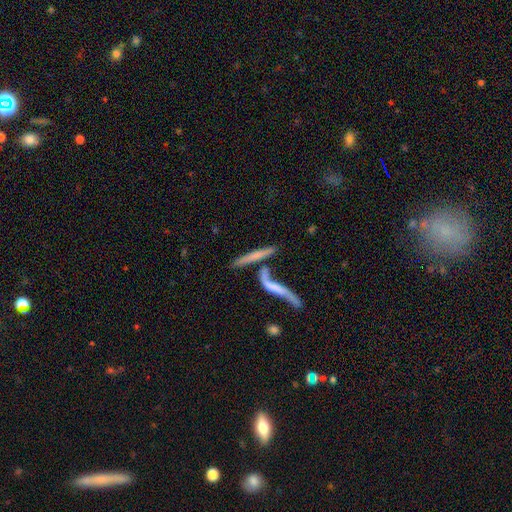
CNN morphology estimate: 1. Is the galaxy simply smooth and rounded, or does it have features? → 50% featured or disk, 40% smooth, 10% star or artifact.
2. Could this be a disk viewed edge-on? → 66% yes, 34% no.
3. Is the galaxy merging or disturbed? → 42% merger, 37% none, 11% minor disturbance, 10% major disturbance.